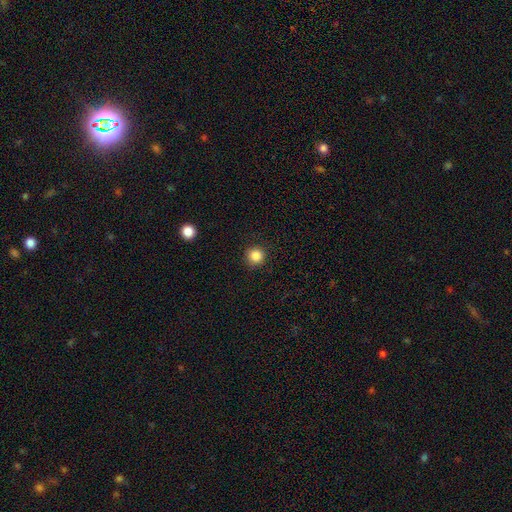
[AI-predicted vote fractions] This appears to be a smooth galaxy with no disk features (85%) that is round (95%). Merging: none (91%).